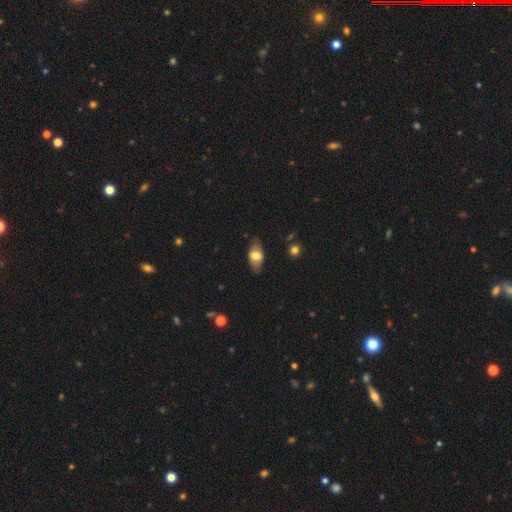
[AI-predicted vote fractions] Smooth or featured: smooth — 63% (featured or disk — 30%)
How rounded: in between — 88% (round — 6%)
Merging: none — 78% (minor disturbance — 16%)